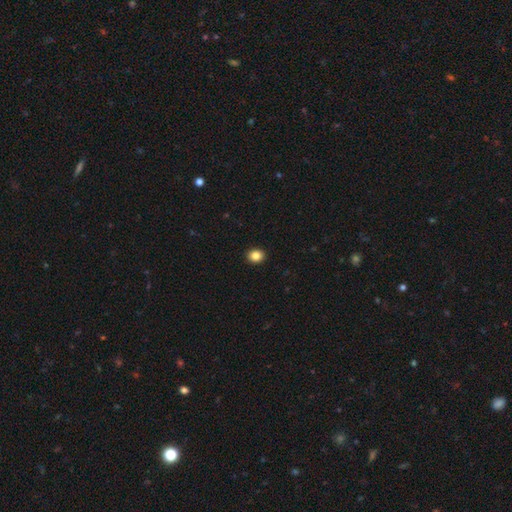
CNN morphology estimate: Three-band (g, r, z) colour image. It shows a smooth galaxy with no disk features (85%) that is round (63%). Merging: none (93%).